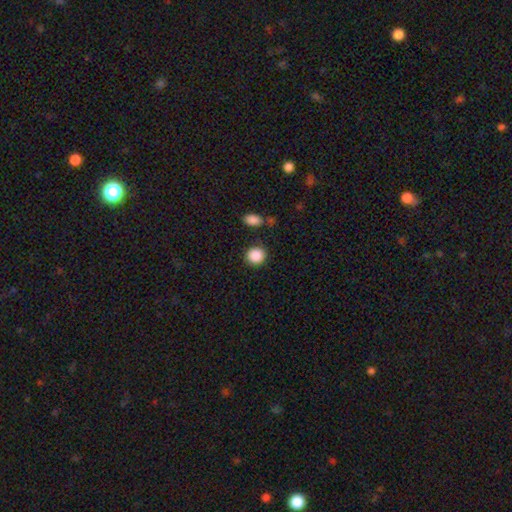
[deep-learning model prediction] This appears to be a smooth galaxy with no disk features (89%) that is round (86%). Merging: none (86%).